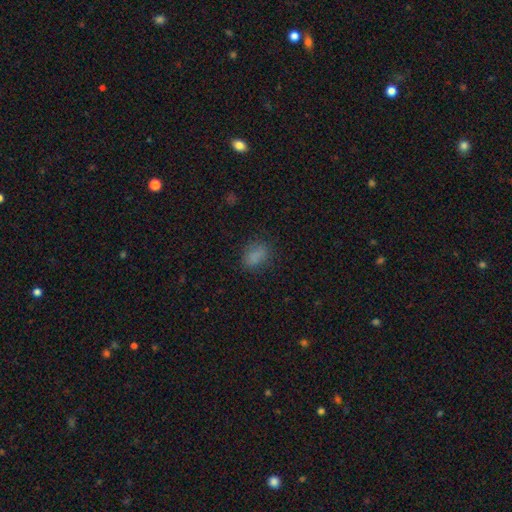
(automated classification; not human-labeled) smooth_or_featured: smooth (p=0.80) [alt: star or artifact p=0.14]
how_rounded: in between (p=0.79) [alt: round p=0.19]
merging: none (p=0.76) [alt: minor disturbance p=0.17]